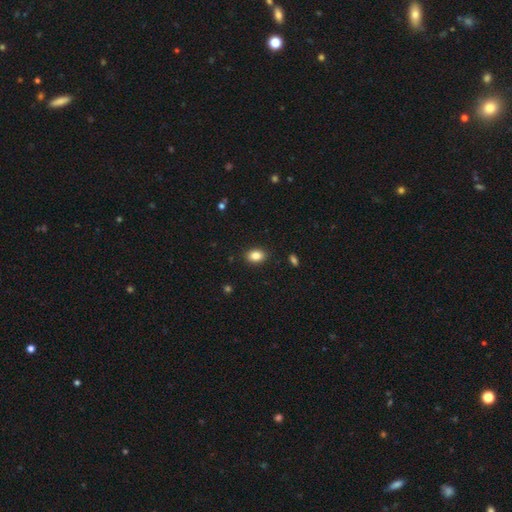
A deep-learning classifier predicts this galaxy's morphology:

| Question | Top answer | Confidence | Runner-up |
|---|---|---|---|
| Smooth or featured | smooth | 85% | star or artifact (9%) |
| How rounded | in between | 76% | round (23%) |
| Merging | none | 89% | minor disturbance (8%) |